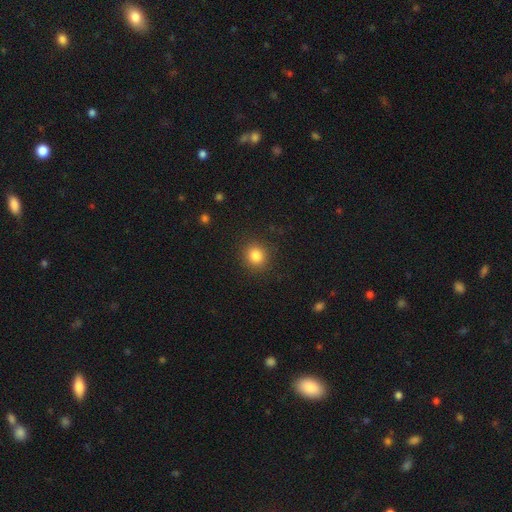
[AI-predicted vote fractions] Smooth or featured?
  - smooth: 83% *
  - star or artifact: 12%
  - featured or disk: 5%
How rounded?
  - round: 86% *
  - in between: 13%
  - cigar-shaped: 1%
Merging?
  - none: 89% *
  - minor disturbance: 7%
  - major disturbance: 3%
  - merger: 1%